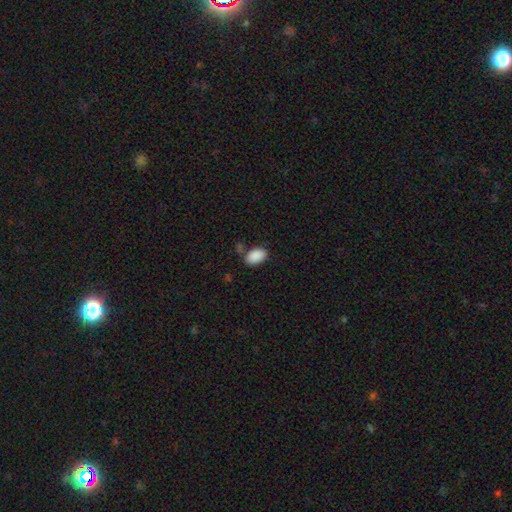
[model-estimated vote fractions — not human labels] Smooth or featured: smooth — 90% (star or artifact — 7%)
How rounded: in between — 92% (round — 7%)
Merging: none — 73% (minor disturbance — 15%)